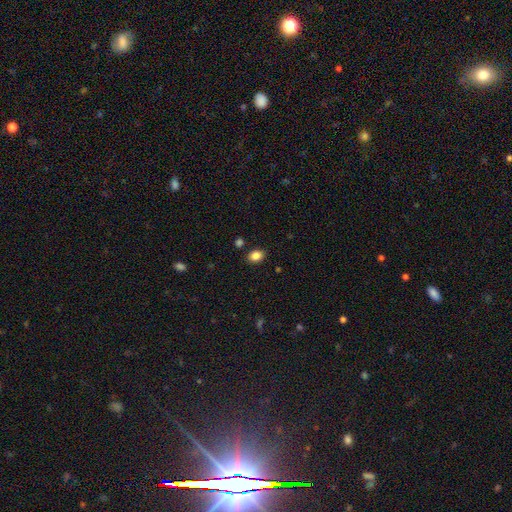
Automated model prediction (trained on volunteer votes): smooth_or_featured: smooth (p=0.86) [alt: star or artifact p=0.10]
how_rounded: in between (p=0.71) [alt: round p=0.28]
merging: none (p=0.86) [alt: minor disturbance p=0.09]